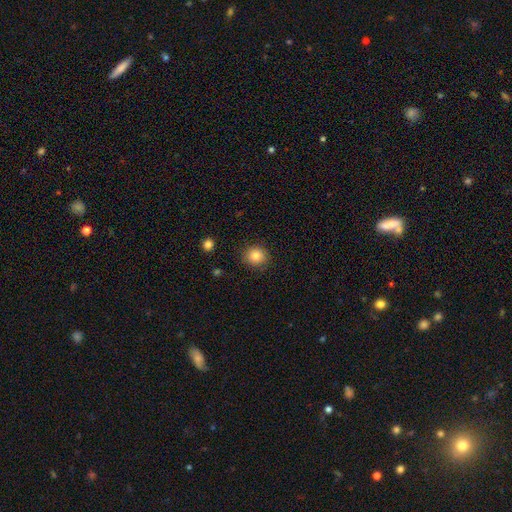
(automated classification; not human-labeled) smooth-or-featured: smooth: 83% | star or artifact: 10% | featured or disk: 7%
  how-rounded: round: 87% | in between: 12% | cigar-shaped: 1%
  merging: none: 89% | minor disturbance: 8% | major disturbance: 2% | merger: 1%